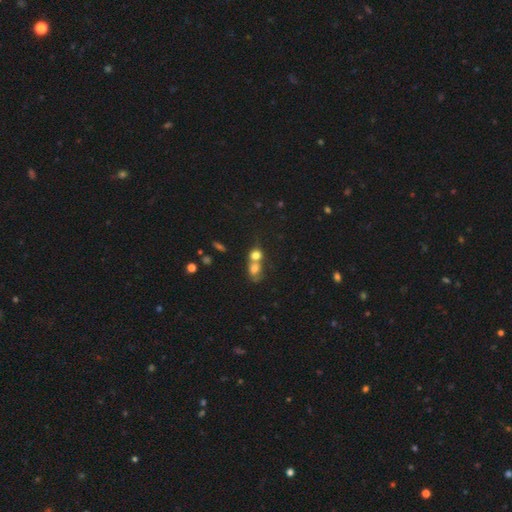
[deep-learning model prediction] Smooth or featured? Predicted: smooth (p=0.73). How rounded? Predicted: round (p=0.67). Merging? Predicted: merger (p=0.68).